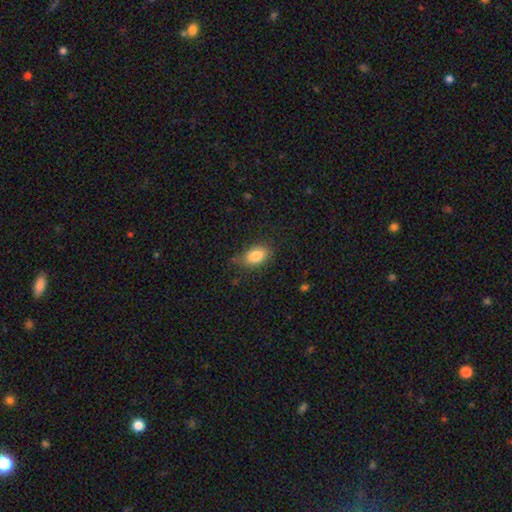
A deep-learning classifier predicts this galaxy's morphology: smooth-or-featured: smooth: 84% | featured or disk: 8% | star or artifact: 8%
  how-rounded: in between: 89% | round: 9% | cigar-shaped: 3%
  merging: none: 75% | minor disturbance: 19% | major disturbance: 4% | merger: 1%